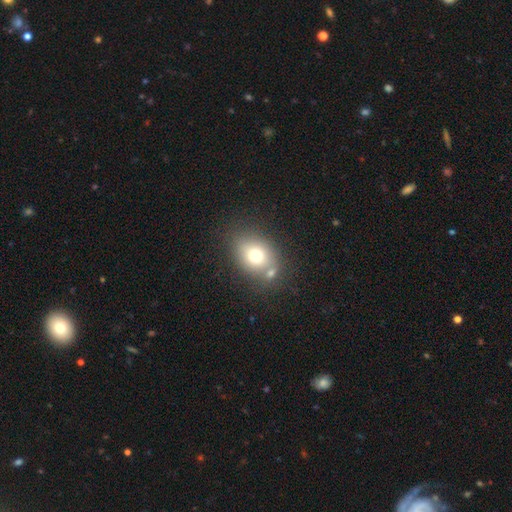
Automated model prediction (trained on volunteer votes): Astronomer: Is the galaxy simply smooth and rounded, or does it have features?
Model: smooth — 71%.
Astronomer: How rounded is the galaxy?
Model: in between — 61% (runner-up: round, 38%).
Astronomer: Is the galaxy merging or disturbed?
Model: none — 61%.